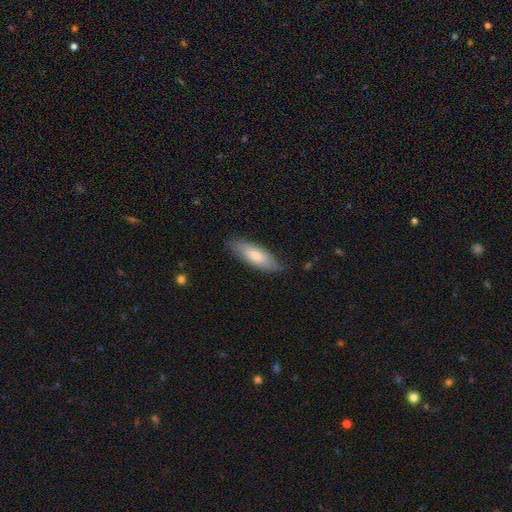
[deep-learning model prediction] Q: Smooth or featured?
A: smooth (67%); runner-up: featured or disk (28%)
Q: How rounded?
A: in between (65%); runner-up: cigar-shaped (33%)
Q: Merging?
A: none (76%); runner-up: minor disturbance (19%)